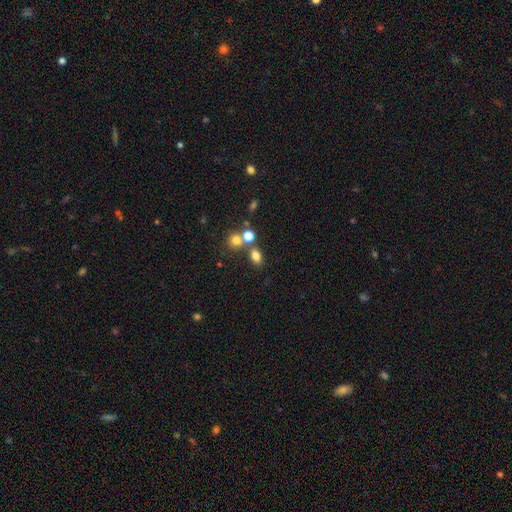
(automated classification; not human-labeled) A smooth galaxy with no disk features (77%) that is in between round and cigar-shaped (70%).

Vote fractions:
- Smooth or featured? smooth: 77% / star or artifact: 14% / featured or disk: 8%
- How rounded? in between: 70% / round: 29% / cigar-shaped: 2%
- Merging? none: 61% / merger: 24% / minor disturbance: 11% / major disturbance: 4%